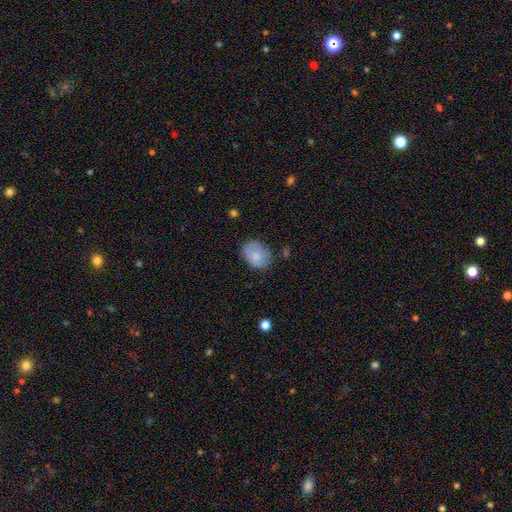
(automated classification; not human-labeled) A smooth galaxy with no disk features (74%) that is in between round and cigar-shaped (67%).

Vote fractions:
- Smooth or featured? smooth: 74% / featured or disk: 19% / star or artifact: 7%
- How rounded? in between: 67% / round: 32% / cigar-shaped: 1%
- Merging? none: 65% / minor disturbance: 25% / major disturbance: 7% / merger: 2%